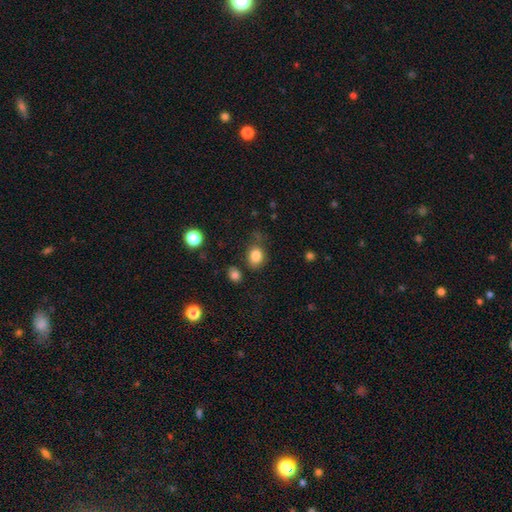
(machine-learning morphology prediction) This is clearly a smooth galaxy (83%). How rounded: possibly round (54%). Merging: likely none (66%).